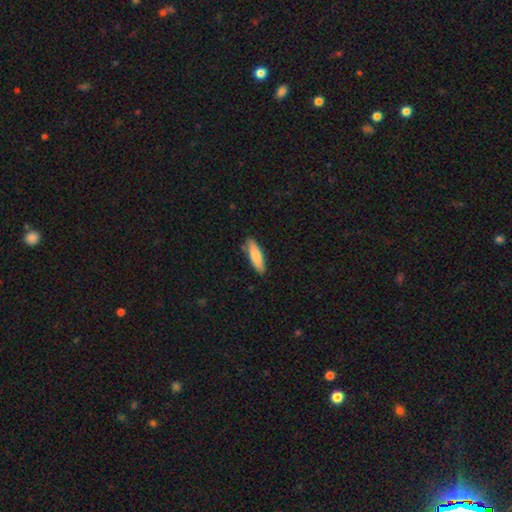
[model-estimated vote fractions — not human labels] Smooth or featured: smooth — 82% (featured or disk — 13%)
How rounded: cigar-shaped — 54% (in between — 45%)
Merging: none — 81% (minor disturbance — 14%)